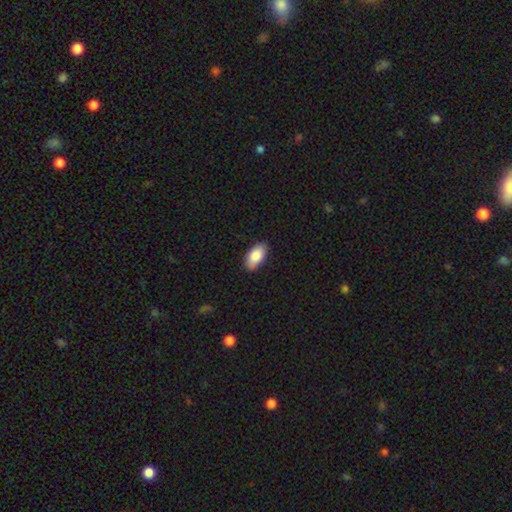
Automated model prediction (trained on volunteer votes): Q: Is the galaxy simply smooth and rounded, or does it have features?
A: smooth — 87%.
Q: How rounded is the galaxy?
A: in between — 94%.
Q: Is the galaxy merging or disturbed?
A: none — 87%.